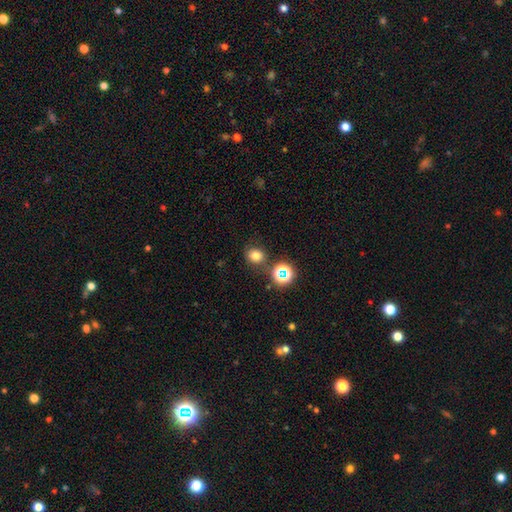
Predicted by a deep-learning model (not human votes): smooth_or_featured: smooth (p=0.74) [alt: star or artifact p=0.19]
how_rounded: round (p=0.75) [alt: in between p=0.24]
merging: none (p=0.78) [alt: minor disturbance p=0.11]